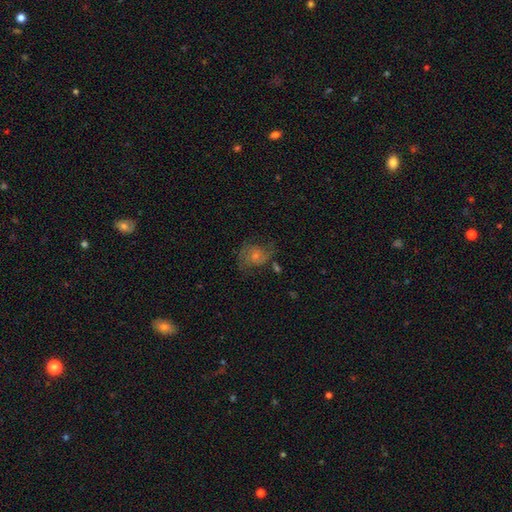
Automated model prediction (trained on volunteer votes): featured or disk 57%, smooth 25%, star or artifact 18%. Down the decision tree: edge-on disk — no (97%); bar — no (73%); spiral arms — yes (86%); bulge size — small (47%); merging — none (64%).